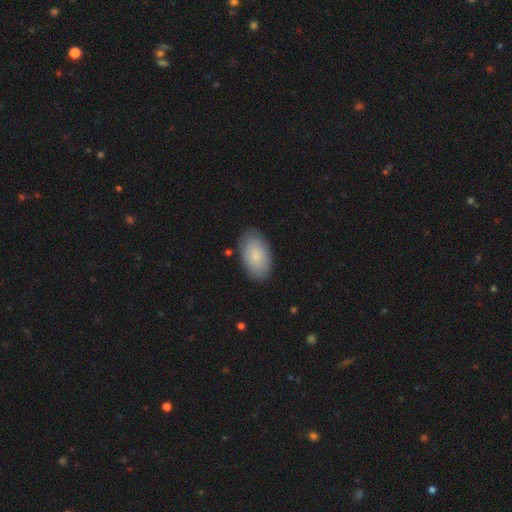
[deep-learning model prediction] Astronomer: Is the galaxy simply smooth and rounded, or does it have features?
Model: smooth — 83%.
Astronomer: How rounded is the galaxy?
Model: in between — 94%.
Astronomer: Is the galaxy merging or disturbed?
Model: none — 86%.